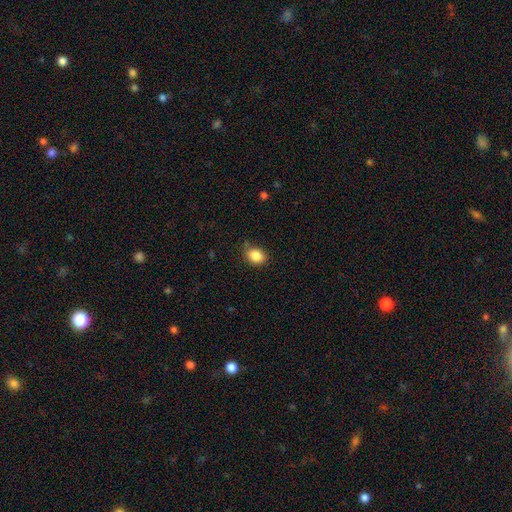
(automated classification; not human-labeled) Overall: smooth (86%). How rounded: in between (62%; round 37%). Merging: none (77%).